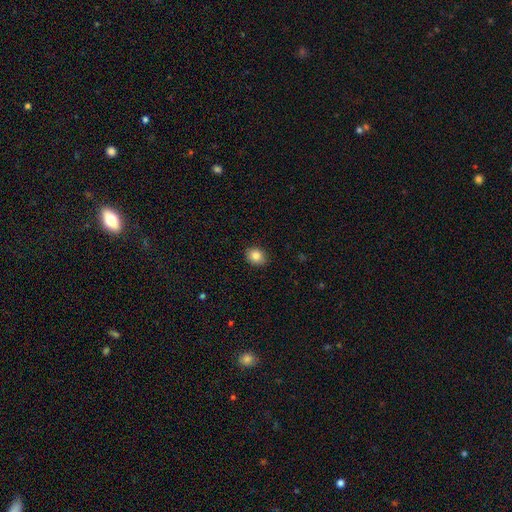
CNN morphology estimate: A smooth galaxy with no disk features (85%) that is in between round and cigar-shaped (50%).

Vote fractions:
- Smooth or featured? smooth: 85% / star or artifact: 9% / featured or disk: 6%
- How rounded? in between: 50% / round: 49% / cigar-shaped: 1%
- Merging? none: 89% / minor disturbance: 8% / major disturbance: 2% / merger: 1%